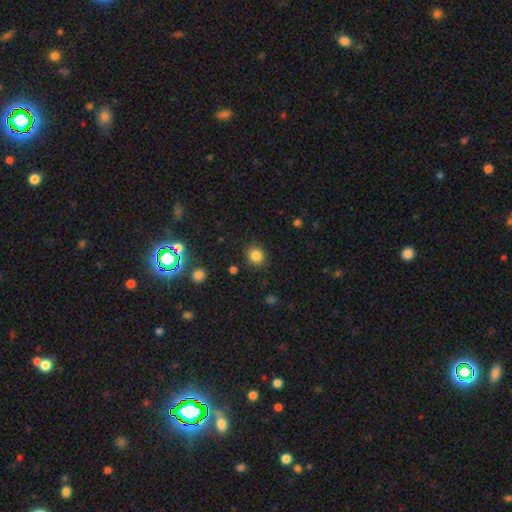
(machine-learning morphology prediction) smooth 83%, star or artifact 12%, featured or disk 5%. Down the decision tree: how rounded — round (77%); merging — none (87%).